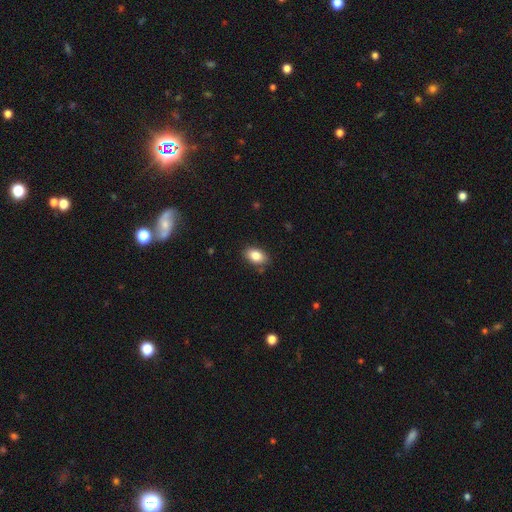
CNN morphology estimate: Smooth or featured: smooth — 85% (star or artifact — 8%)
How rounded: in between — 88% (round — 10%)
Merging: none — 85% (minor disturbance — 11%)